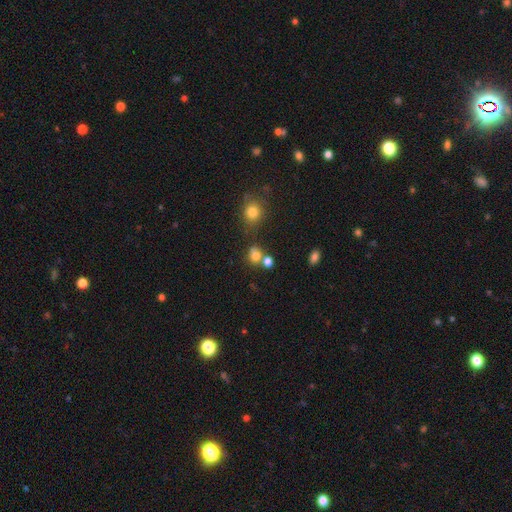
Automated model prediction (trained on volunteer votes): Morphology: type=smooth (76%); roundness=round (69%); merging=none (53%).